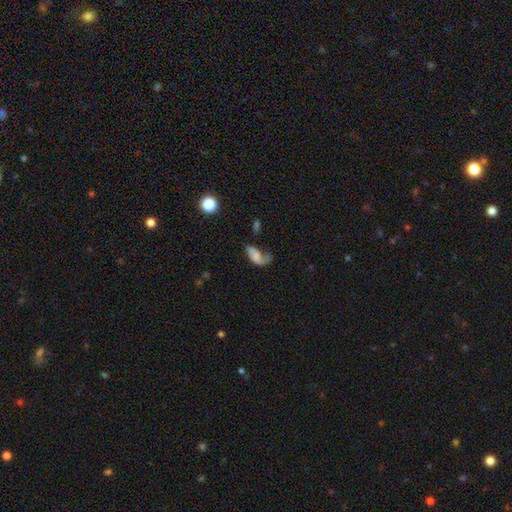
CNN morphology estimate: A smooth galaxy with no disk features (50%) that is in between round and cigar-shaped (88%).

Vote fractions:
- Smooth or featured? smooth: 50% / featured or disk: 39% / star or artifact: 11%
- How rounded? in between: 88% / cigar-shaped: 6% / round: 6%
- Merging? major disturbance: 39% / none: 28% / minor disturbance: 24% / merger: 9%